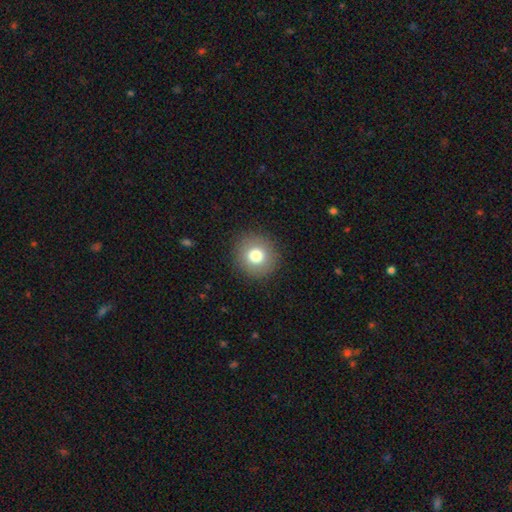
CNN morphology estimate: Smooth or featured: smooth — 78% (featured or disk — 11%)
How rounded: round — 93% (in between — 6%)
Merging: none — 91% (minor disturbance — 6%)